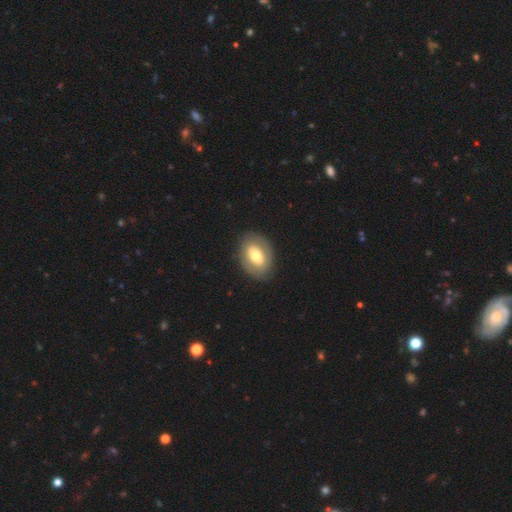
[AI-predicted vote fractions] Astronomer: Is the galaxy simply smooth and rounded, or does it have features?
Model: smooth — 48% (runner-up: featured or disk, 46%).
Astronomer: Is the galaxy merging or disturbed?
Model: none — 84%.